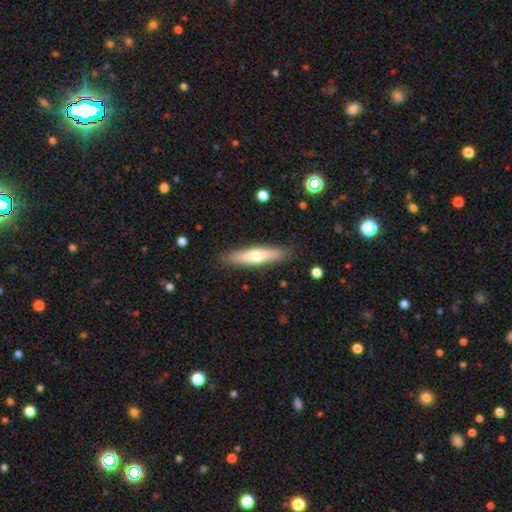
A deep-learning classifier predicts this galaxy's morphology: smooth_or_featured: smooth (p=0.53) [alt: featured or disk p=0.41]
how_rounded: cigar-shaped (p=0.79) [alt: in between p=0.19]
merging: none (p=0.89) [alt: minor disturbance p=0.08]